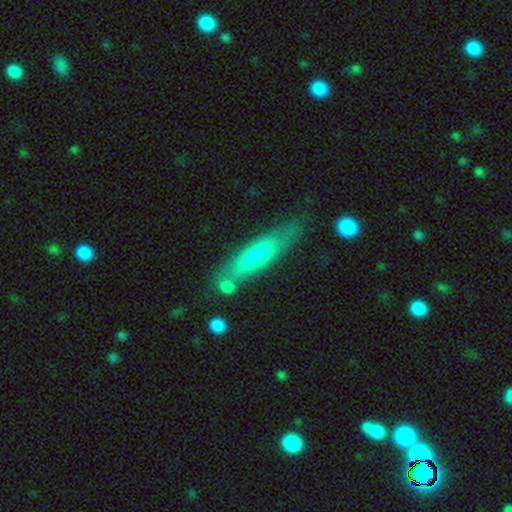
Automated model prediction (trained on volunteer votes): A smooth galaxy with no disk features (70%) that is cigar-shaped (80%).

Vote fractions:
- Smooth or featured? smooth: 70% / featured or disk: 24% / star or artifact: 6%
- How rounded? cigar-shaped: 80% / in between: 18% / round: 2%
- Merging? none: 70% / minor disturbance: 17% / merger: 8% / major disturbance: 5%